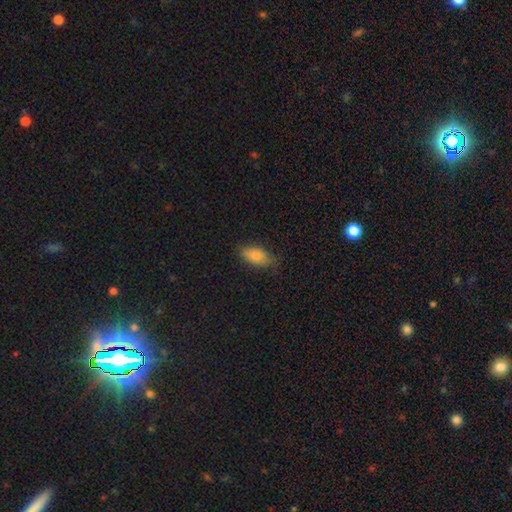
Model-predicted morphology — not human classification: This appears to be a smooth galaxy with no disk features (84%) that is in between round and cigar-shaped (89%). Merging: none (78%).